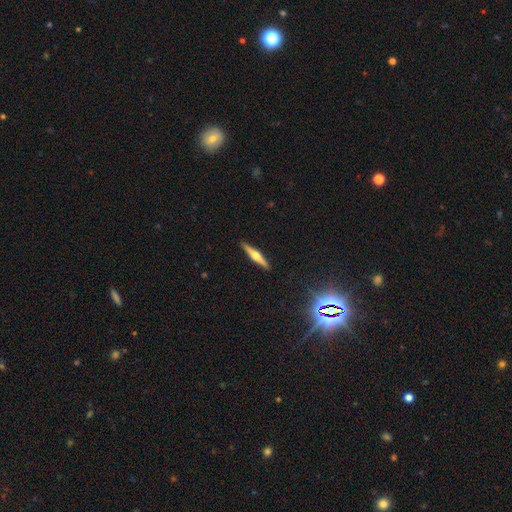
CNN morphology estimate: Overall: featured or disk (69%). Edge-on disk: yes (98%). Edge-on bulge: rounded (91%). Merging: none (91%).